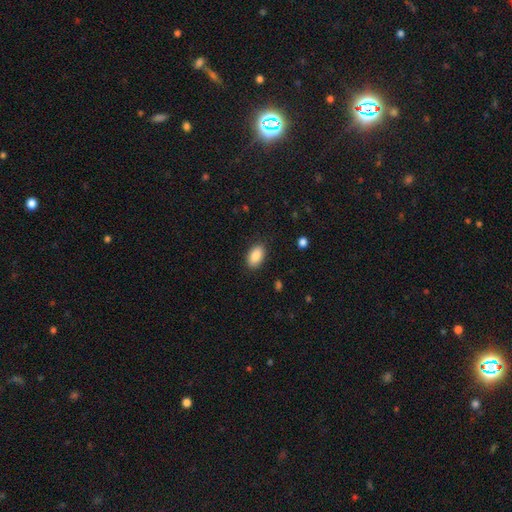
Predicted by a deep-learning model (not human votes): Smooth or featured? Predicted: smooth (p=0.89). How rounded? Predicted: in between (p=0.93). Merging? Predicted: none (p=0.87).